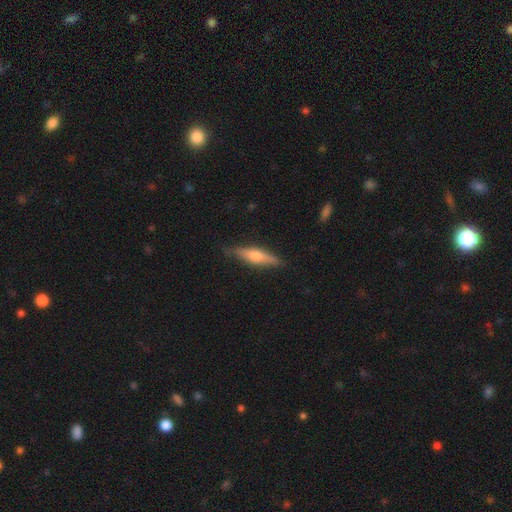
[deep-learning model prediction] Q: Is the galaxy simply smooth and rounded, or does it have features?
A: featured or disk — 50%.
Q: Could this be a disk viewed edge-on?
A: yes — 92%.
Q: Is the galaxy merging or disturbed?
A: none — 84%.